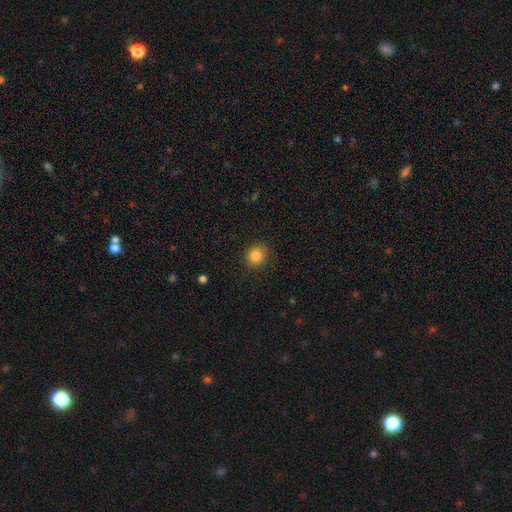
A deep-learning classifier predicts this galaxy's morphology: Overall: smooth (83%). How rounded: round (85%). Merging: none (89%).